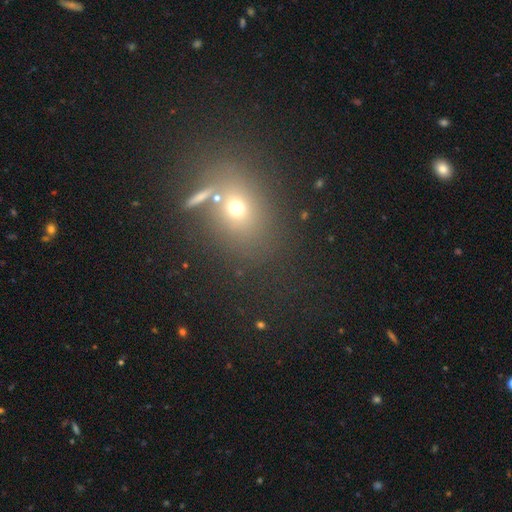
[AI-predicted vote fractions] This appears to be a smooth galaxy with no disk features (49%). Merging: none (64%).